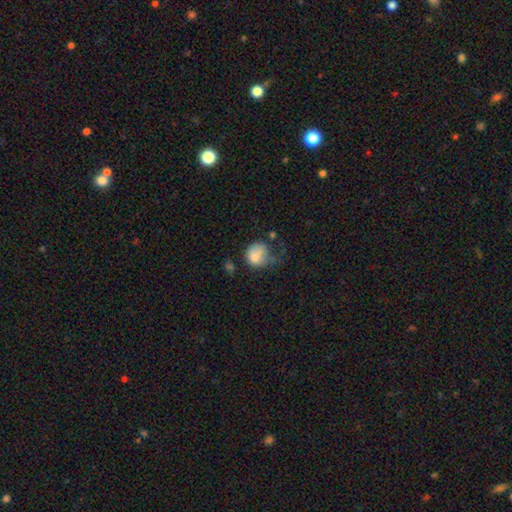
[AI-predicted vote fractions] smooth_or_featured: smooth (p=0.72) [alt: featured or disk p=0.19]
how_rounded: round (p=0.62) [alt: in between p=0.37]
merging: major disturbance (p=0.36) [alt: minor disturbance p=0.27]